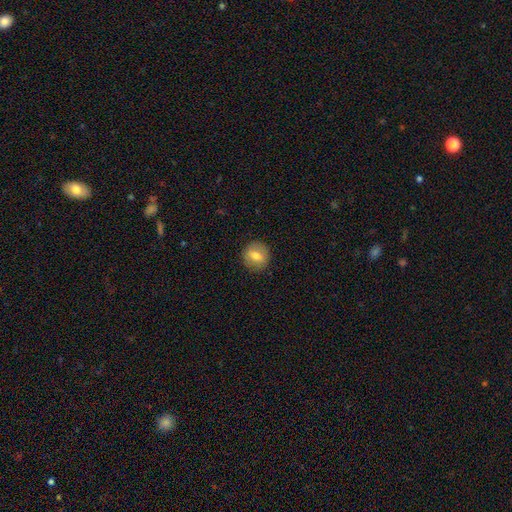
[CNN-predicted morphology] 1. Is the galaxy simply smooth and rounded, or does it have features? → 67% smooth, 24% featured or disk, 9% star or artifact.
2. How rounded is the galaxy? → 87% round, 11% in between, 1% cigar-shaped.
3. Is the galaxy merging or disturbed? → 89% none, 8% minor disturbance, 2% major disturbance, 1% merger.